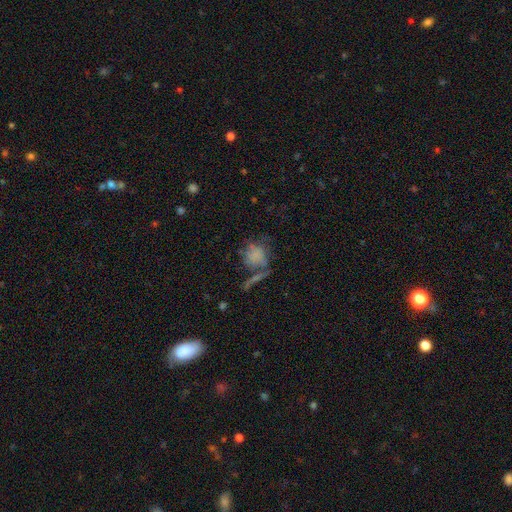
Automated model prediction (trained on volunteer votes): Smooth or featured? smooth (62%)
How rounded? round (57%)
Merging? none (38%)